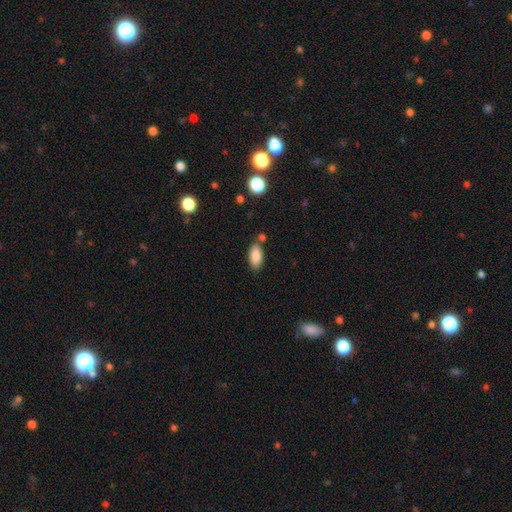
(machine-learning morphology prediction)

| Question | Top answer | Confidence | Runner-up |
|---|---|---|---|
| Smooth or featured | smooth | 86% | star or artifact (7%) |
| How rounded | in between | 90% | cigar-shaped (7%) |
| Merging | none | 75% | minor disturbance (14%) |